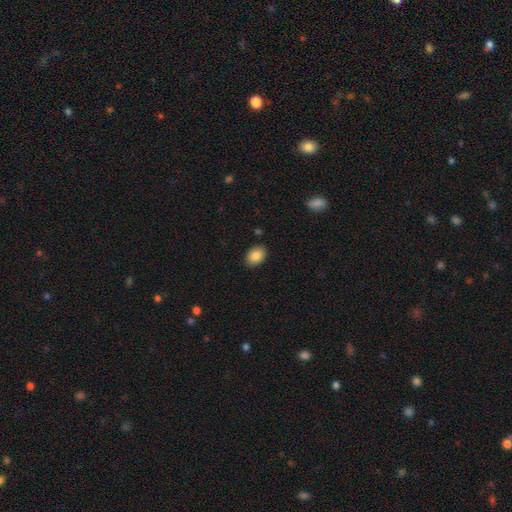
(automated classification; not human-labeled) Smooth or featured: smooth — 86% (star or artifact — 8%)
How rounded: in between — 75% (round — 24%)
Merging: none — 87% (minor disturbance — 9%)